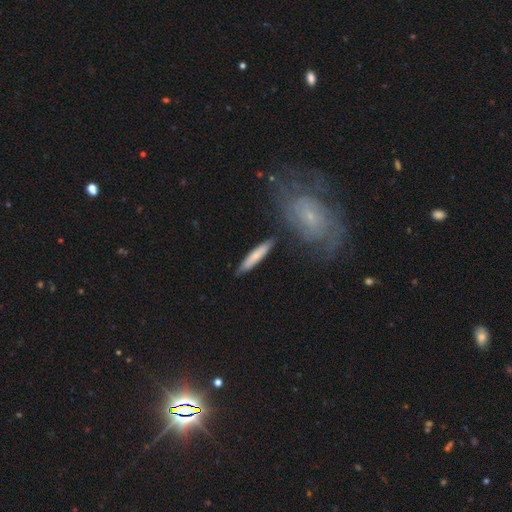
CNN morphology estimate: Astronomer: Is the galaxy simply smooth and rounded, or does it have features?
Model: smooth — 68%.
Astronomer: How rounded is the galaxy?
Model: cigar-shaped — 89%.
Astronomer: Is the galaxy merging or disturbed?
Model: none — 83%.